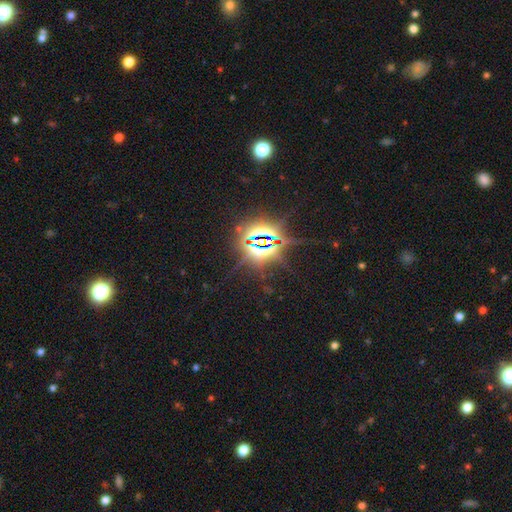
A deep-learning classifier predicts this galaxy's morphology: Overall: star or artifact (83%).